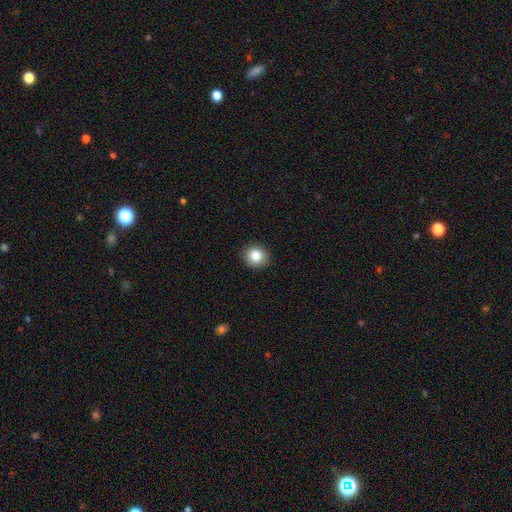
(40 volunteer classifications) Smooth or featured? 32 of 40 (80%) said smooth. How rounded? 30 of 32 (94%) said round. Merging? 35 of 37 (95%) said none.